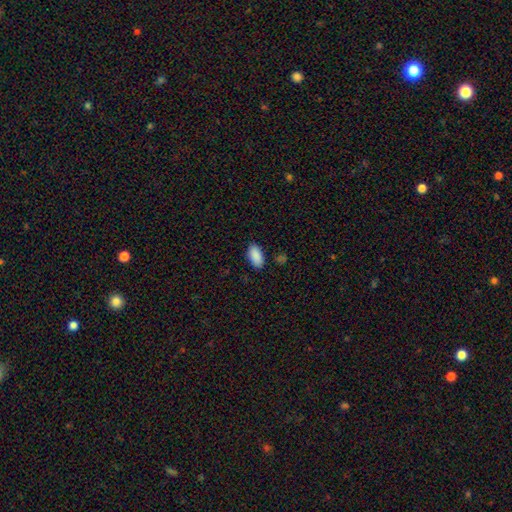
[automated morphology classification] Q: Smooth or featured?
A: smooth (90%); runner-up: star or artifact (7%)
Q: How rounded?
A: in between (94%); runner-up: cigar-shaped (4%)
Q: Merging?
A: none (84%); runner-up: minor disturbance (11%)